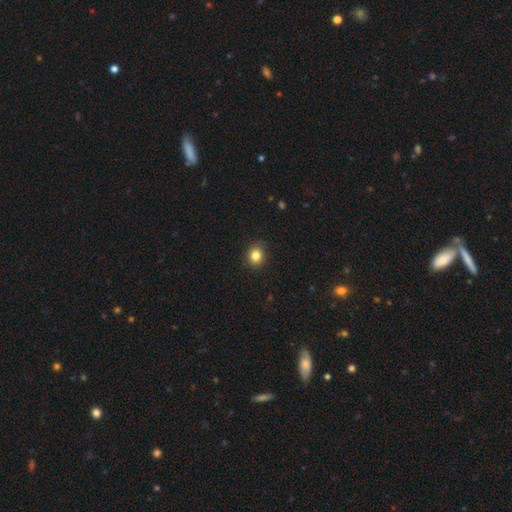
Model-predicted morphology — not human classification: smooth_or_featured: smooth (p=0.83) [alt: star or artifact p=0.11]
how_rounded: round (p=0.75) [alt: in between p=0.25]
merging: none (p=0.85) [alt: minor disturbance p=0.11]